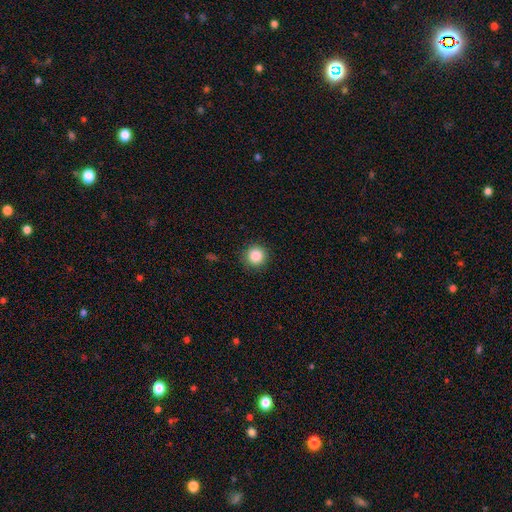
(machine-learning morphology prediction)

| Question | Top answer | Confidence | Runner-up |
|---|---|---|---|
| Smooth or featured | smooth | 87% | star or artifact (10%) |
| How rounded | round | 95% | in between (4%) |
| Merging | none | 90% | minor disturbance (7%) |